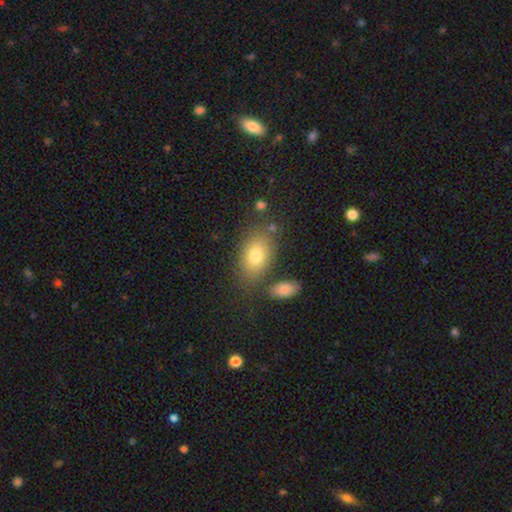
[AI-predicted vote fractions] This appears to be a smooth galaxy with no disk features (77%) that is in between round and cigar-shaped (84%). Merging: none (72%).